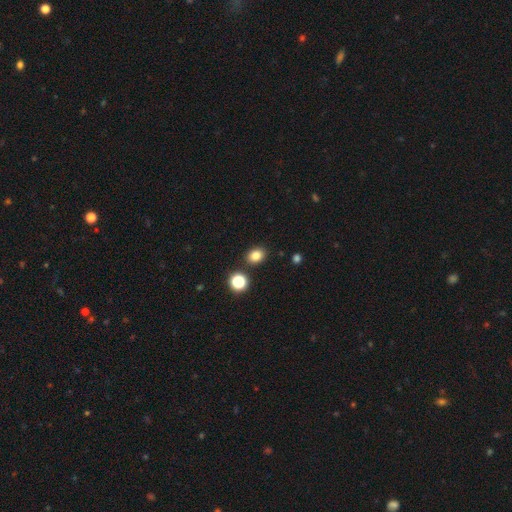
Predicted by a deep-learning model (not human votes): Smooth or featured? smooth (81%)
How rounded? in between (52%)
Merging? none (86%)